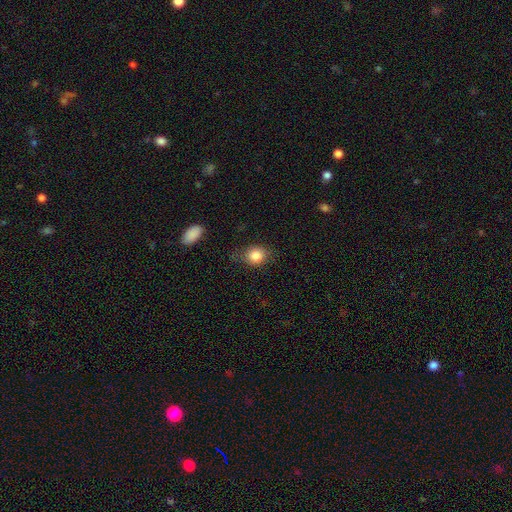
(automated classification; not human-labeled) Q: Smooth or featured?
A: smooth (84%); runner-up: star or artifact (9%)
Q: How rounded?
A: round (64%); runner-up: in between (34%)
Q: Merging?
A: none (73%); runner-up: minor disturbance (19%)